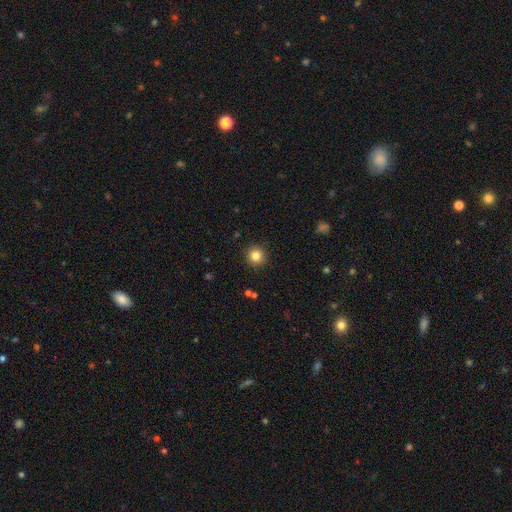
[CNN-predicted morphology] Smooth or featured? Predicted: smooth (p=0.83). How rounded? Predicted: round (p=0.95). Merging? Predicted: none (p=0.91).